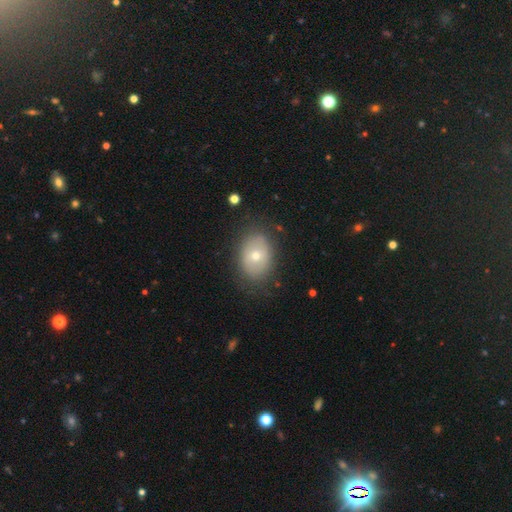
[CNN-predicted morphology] The model was most divided on "smooth or featured": smooth: 59%, featured or disk: 33%, star or artifact: 8%. More confident: merging — none (78%); how rounded — in between (69%).